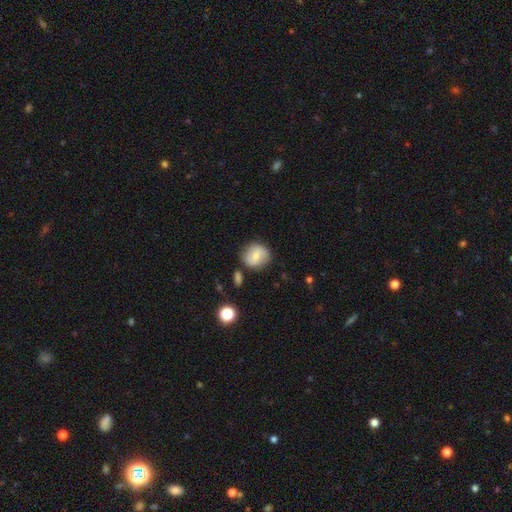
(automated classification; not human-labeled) A smooth galaxy with no disk features (68%) that is round (85%).

Vote fractions:
- Smooth or featured? smooth: 68% / featured or disk: 24% / star or artifact: 8%
- How rounded? round: 85% / in between: 14% / cigar-shaped: 1%
- Merging? none: 78% / minor disturbance: 13% / merger: 5% / major disturbance: 4%